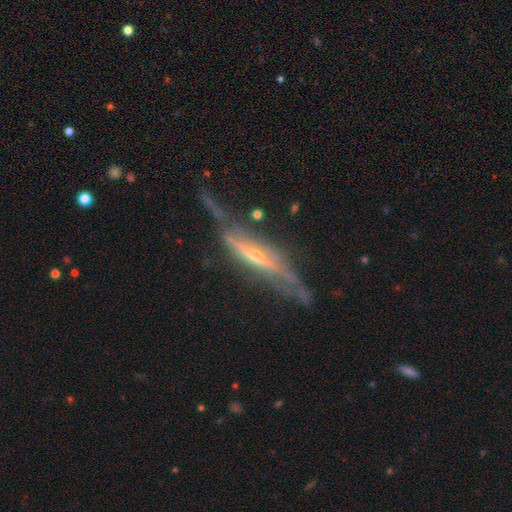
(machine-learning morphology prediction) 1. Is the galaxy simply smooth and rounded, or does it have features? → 80% featured or disk, 14% smooth, 6% star or artifact.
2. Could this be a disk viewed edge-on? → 83% yes, 17% no.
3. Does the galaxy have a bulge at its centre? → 48% rounded, 33% none, 19% boxy.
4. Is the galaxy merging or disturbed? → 50% none, 27% minor disturbance, 19% major disturbance, 4% merger.